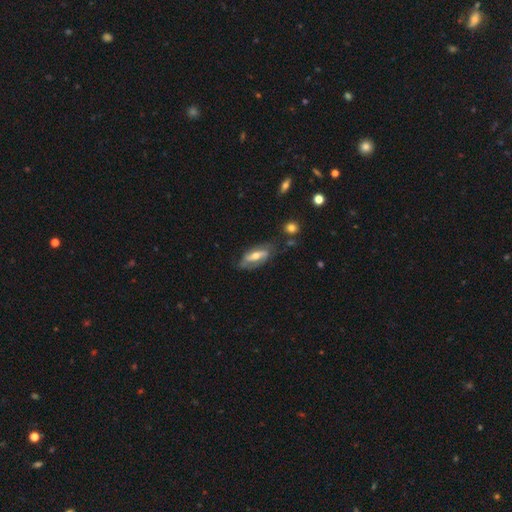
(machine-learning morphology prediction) smooth-or-featured: featured or disk: 62% | smooth: 32% | star or artifact: 6%
  disk-edge-on: no: 77% | yes: 23%
  merging: none: 67% | minor disturbance: 22% | major disturbance: 8% | merger: 3%